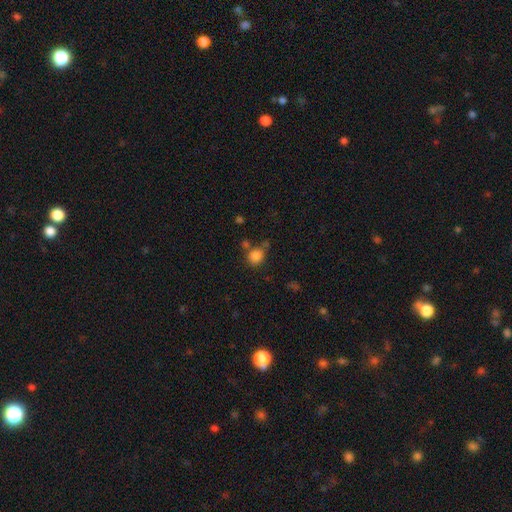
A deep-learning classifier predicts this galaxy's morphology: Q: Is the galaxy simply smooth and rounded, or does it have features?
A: smooth — 84%.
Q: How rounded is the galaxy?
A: round — 74%.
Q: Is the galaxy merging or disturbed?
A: none — 66%.